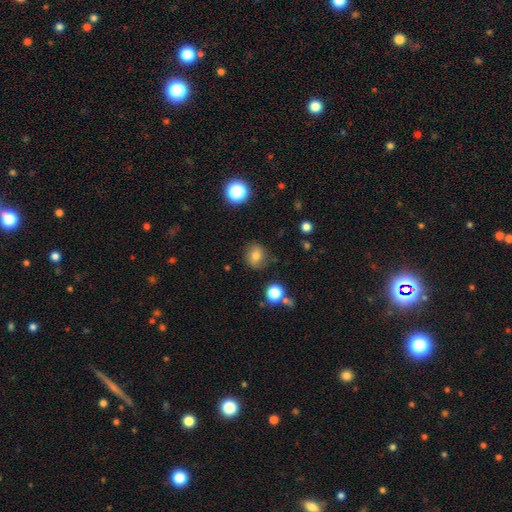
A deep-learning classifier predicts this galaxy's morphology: Overall: smooth (75%). How rounded: round (76%). Merging: none (82%).